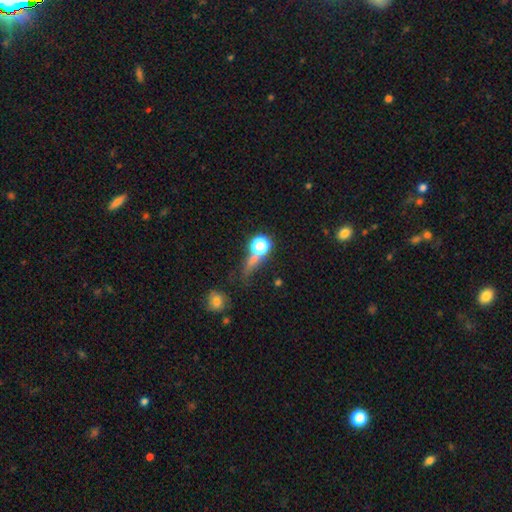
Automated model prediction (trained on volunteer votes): This is possibly a smooth galaxy (58%). How rounded: likely round (60%). Merging: marginally none (45%).